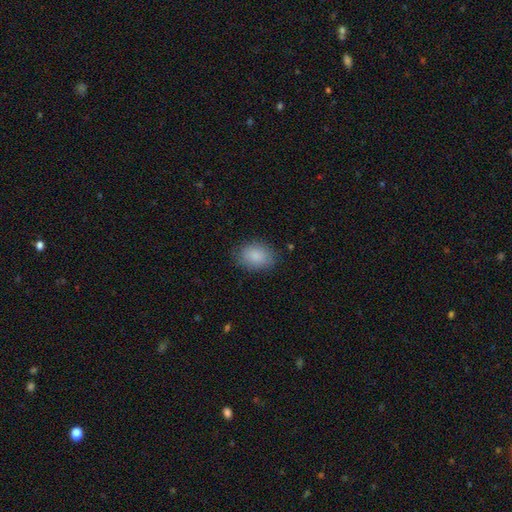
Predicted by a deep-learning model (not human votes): Morphology: type=smooth (88%); roundness=in between (75%); merging=none (83%).